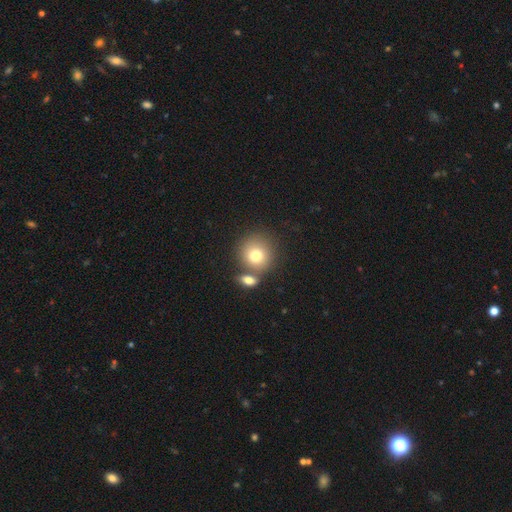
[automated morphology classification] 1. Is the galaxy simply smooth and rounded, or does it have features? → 77% smooth, 13% featured or disk, 10% star or artifact.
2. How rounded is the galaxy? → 87% round, 12% in between, 1% cigar-shaped.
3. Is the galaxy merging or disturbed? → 58% none, 29% merger, 10% minor disturbance, 4% major disturbance.